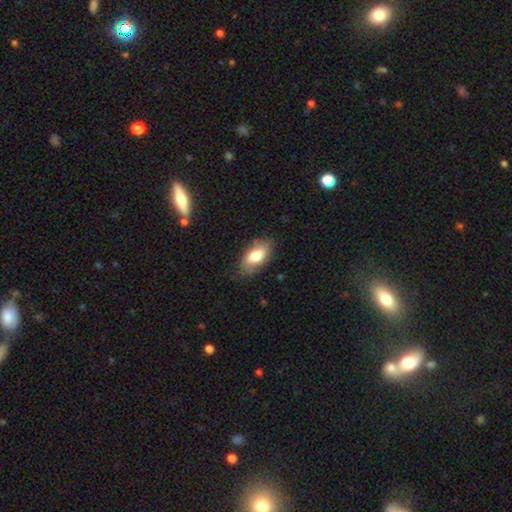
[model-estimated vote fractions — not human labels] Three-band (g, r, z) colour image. It shows a smooth galaxy with no disk features (75%) that is in between round and cigar-shaped (90%). Merging: none (78%).